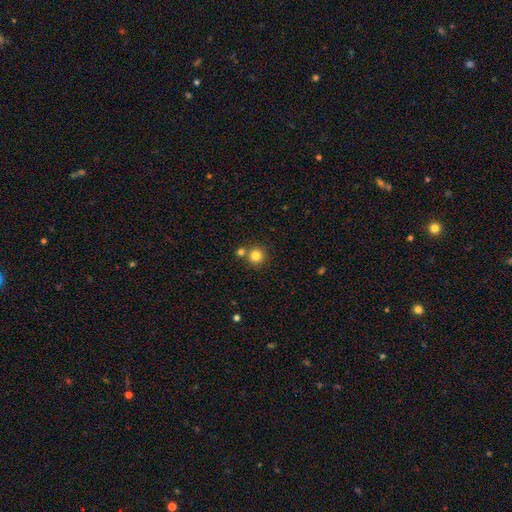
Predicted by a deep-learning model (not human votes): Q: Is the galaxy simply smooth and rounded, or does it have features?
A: smooth — 82%.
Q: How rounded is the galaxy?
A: round — 94%.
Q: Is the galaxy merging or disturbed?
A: none — 72%.